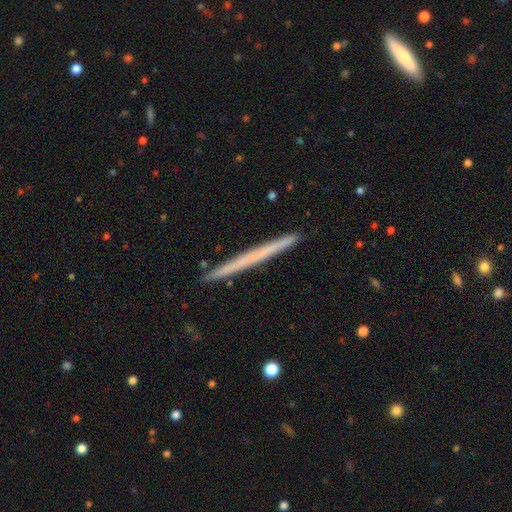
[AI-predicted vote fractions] This is possibly a smooth galaxy (47%). Merging: clearly none (92%).